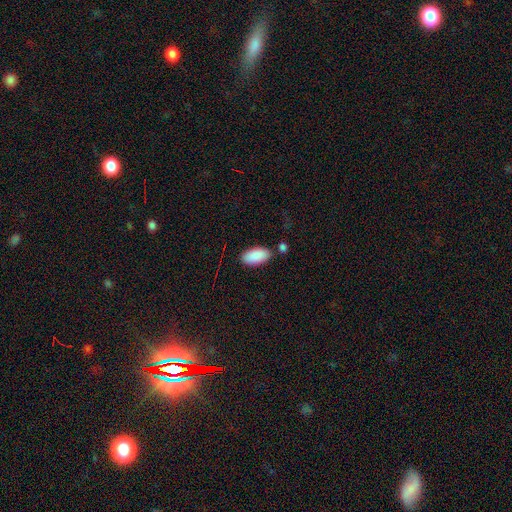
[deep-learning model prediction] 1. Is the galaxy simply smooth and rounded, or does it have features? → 90% smooth, 6% star or artifact, 4% featured or disk.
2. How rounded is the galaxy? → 94% in between, 4% cigar-shaped, 2% round.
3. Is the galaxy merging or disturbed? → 78% none, 12% minor disturbance, 7% merger, 3% major disturbance.